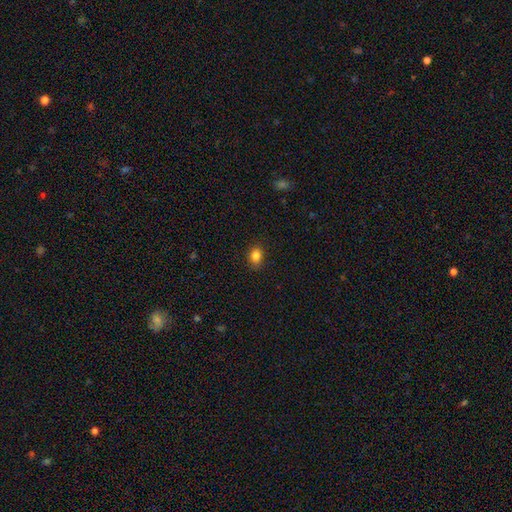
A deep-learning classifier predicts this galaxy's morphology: Smooth or featured: smooth — 85% (star or artifact — 11%)
How rounded: in between — 65% (round — 34%)
Merging: none — 88% (minor disturbance — 9%)